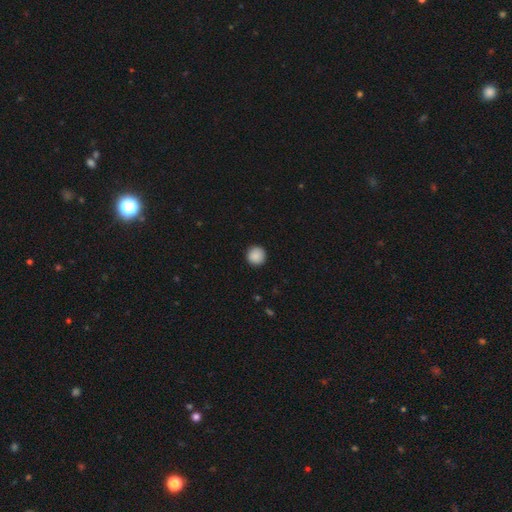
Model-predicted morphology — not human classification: smooth 89%, star or artifact 8%, featured or disk 3%. Down the decision tree: how rounded — round (95%); merging — none (92%).